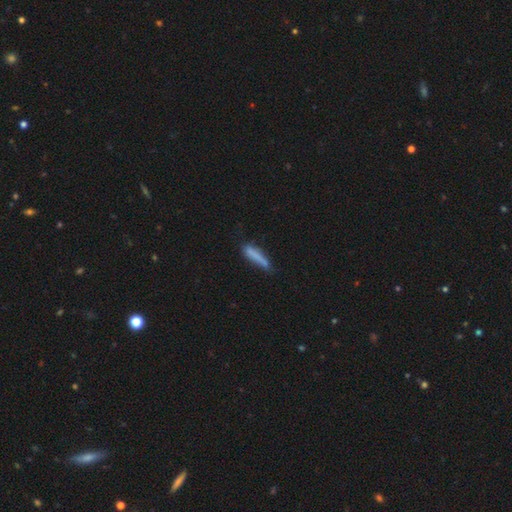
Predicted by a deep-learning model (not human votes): A smooth galaxy with no disk features (77%) that is cigar-shaped (87%). Merging: none (60%).